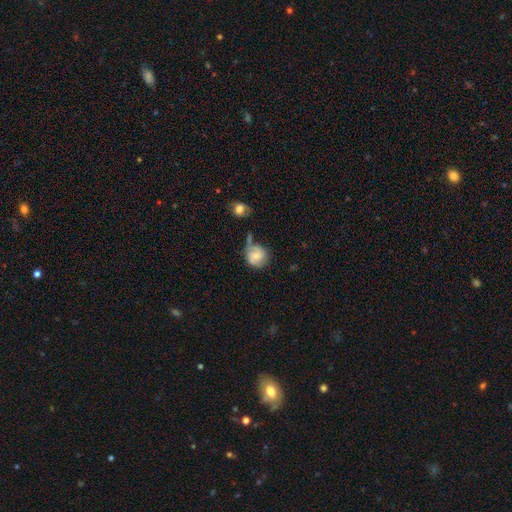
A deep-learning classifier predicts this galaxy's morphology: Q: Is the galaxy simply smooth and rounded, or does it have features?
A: smooth — 57%.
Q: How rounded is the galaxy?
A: round — 80%.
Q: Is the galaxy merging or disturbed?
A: none — 44%.